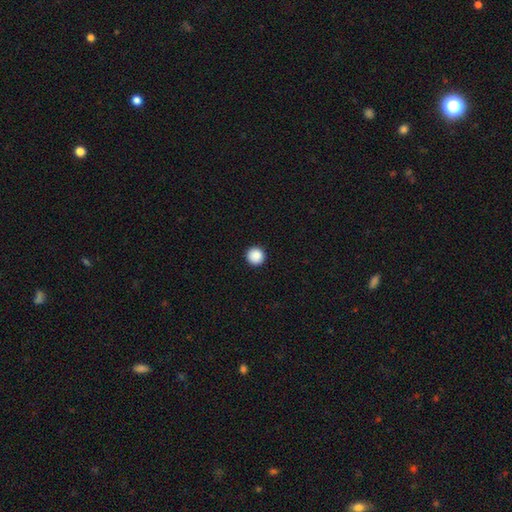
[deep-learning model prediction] Smooth or featured? smooth (88%)
How rounded? round (96%)
Merging? none (94%)